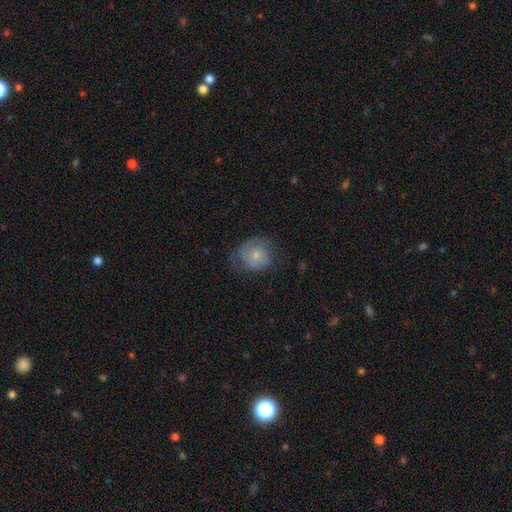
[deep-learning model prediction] Q: Smooth or featured?
A: smooth (57%); runner-up: featured or disk (35%)
Q: How rounded?
A: round (73%); runner-up: in between (26%)
Q: Merging?
A: none (52%); runner-up: minor disturbance (30%)